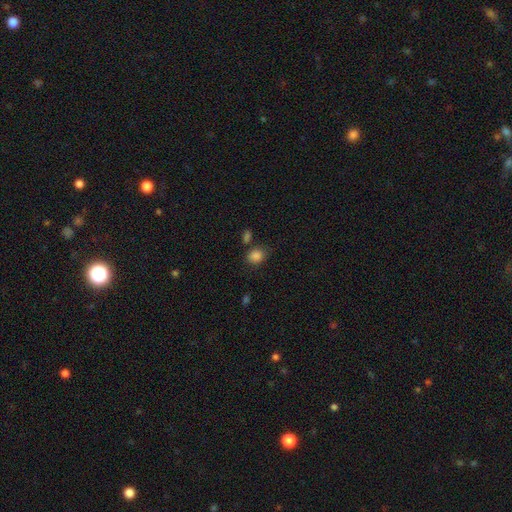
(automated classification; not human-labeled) Morphology: type=smooth (85%); roundness=round (51%); merging=none (70%).